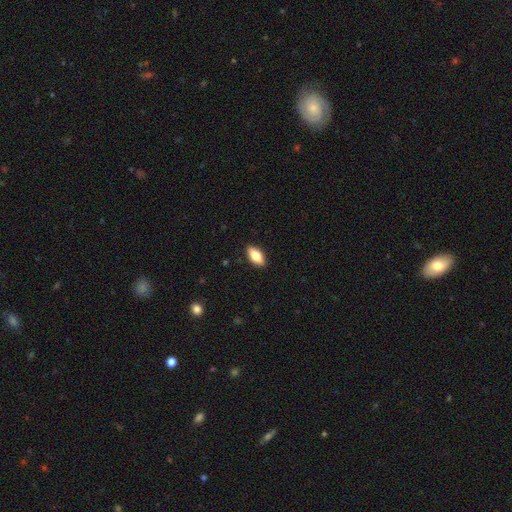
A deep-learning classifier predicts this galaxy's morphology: This is likely a smooth galaxy (79%). How rounded: clearly in between (89%). Merging: clearly none (89%).